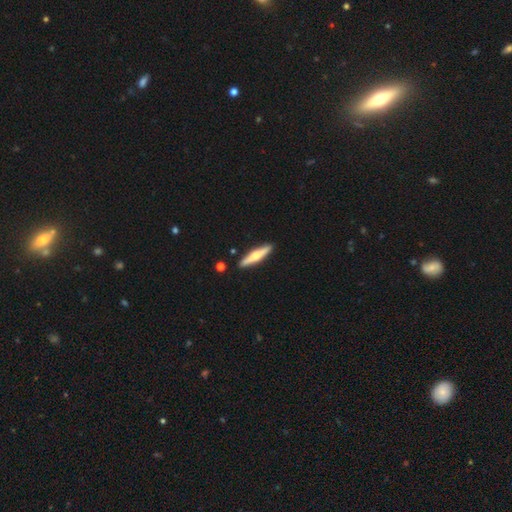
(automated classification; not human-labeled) smooth-or-featured: featured or disk: 61% | smooth: 34% | star or artifact: 5%
  disk-edge-on: yes: 97% | no: 3%
    edge-on-bulge: rounded: 92% | boxy: 4% | none: 4%
  merging: none: 90% | minor disturbance: 7% | merger: 2% | major disturbance: 1%